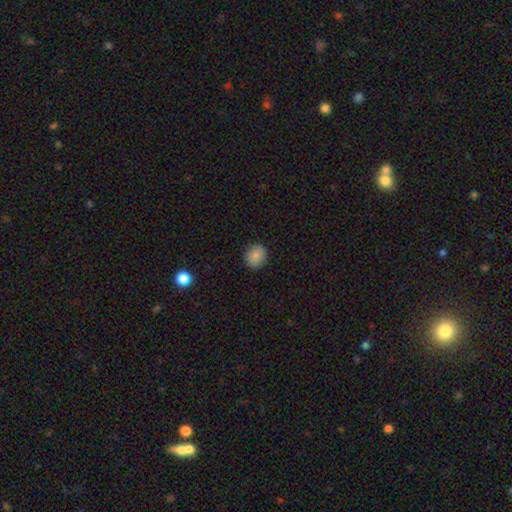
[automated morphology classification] smooth 84%, star or artifact 9%, featured or disk 7%. Down the decision tree: how rounded — round (72%); merging — none (89%).